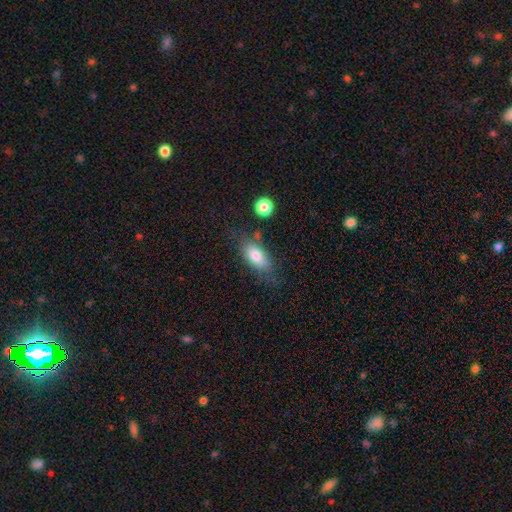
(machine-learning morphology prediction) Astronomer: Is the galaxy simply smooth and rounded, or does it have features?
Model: smooth — 76%.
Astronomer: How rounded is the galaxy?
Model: in between — 85%.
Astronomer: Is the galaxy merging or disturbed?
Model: none — 62%.